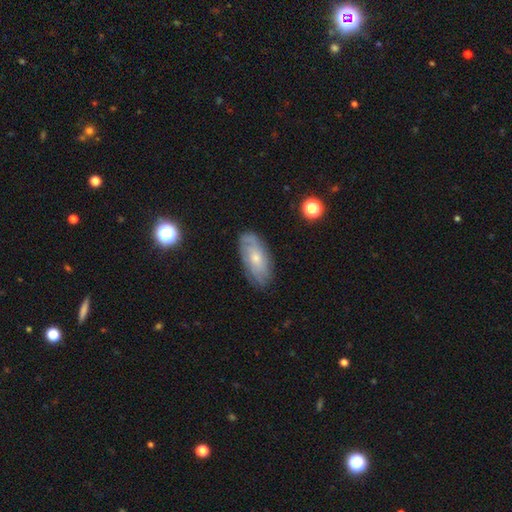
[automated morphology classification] Smooth or featured?
  - featured or disk: 54% *
  - smooth: 37%
  - star or artifact: 9%
Edge-on disk?
  - no: 88% *
  - yes: 12%
Merging?
  - none: 78% *
  - minor disturbance: 16%
  - major disturbance: 4%
  - merger: 1%